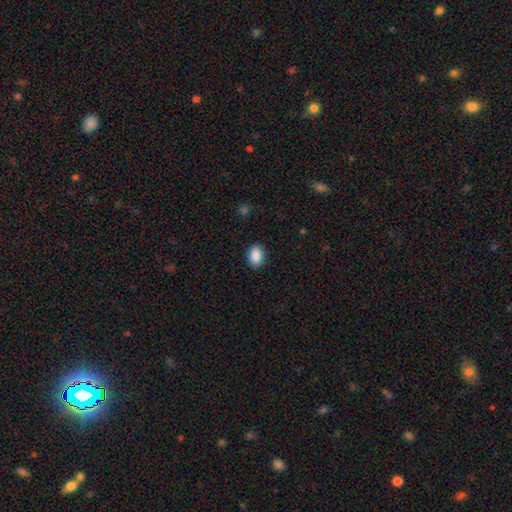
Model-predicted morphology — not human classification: A smooth galaxy with no disk features (89%) that is in between round and cigar-shaped (86%). Merging: none (89%).